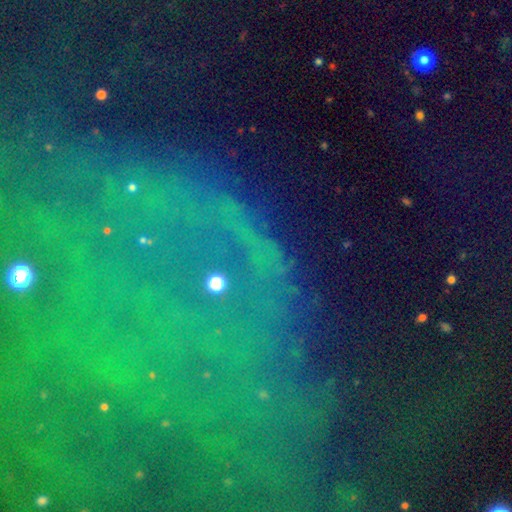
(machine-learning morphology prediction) Smooth or featured?
  - star or artifact: 79% *
  - featured or disk: 11%
  - smooth: 10%